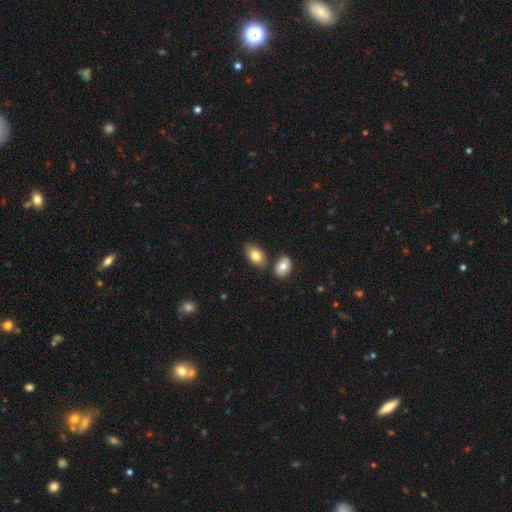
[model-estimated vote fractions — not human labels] This appears to be a smooth galaxy with no disk features (80%) that is in between round and cigar-shaped (92%). Merging: none (72%).